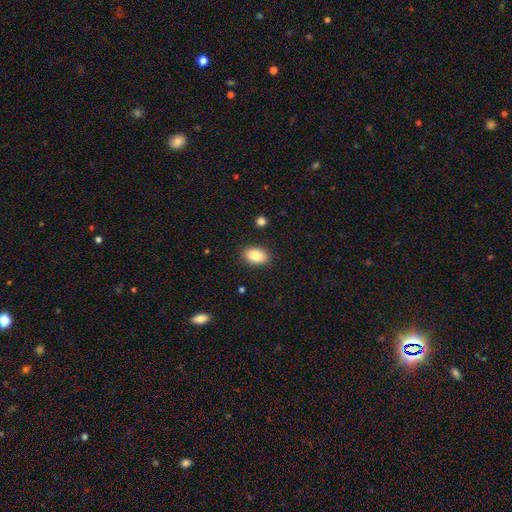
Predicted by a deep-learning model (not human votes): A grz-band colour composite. It shows a smooth galaxy with no disk features (86%) that is in between round and cigar-shaped (87%). Merging: none (88%).